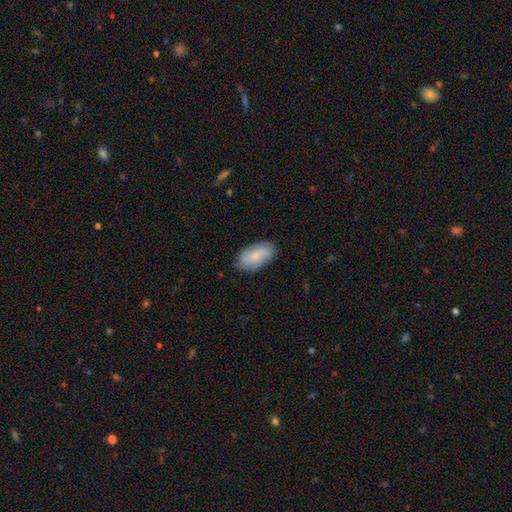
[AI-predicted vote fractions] This is likely a smooth galaxy (62%). How rounded: clearly in between (92%). Merging: clearly none (80%).